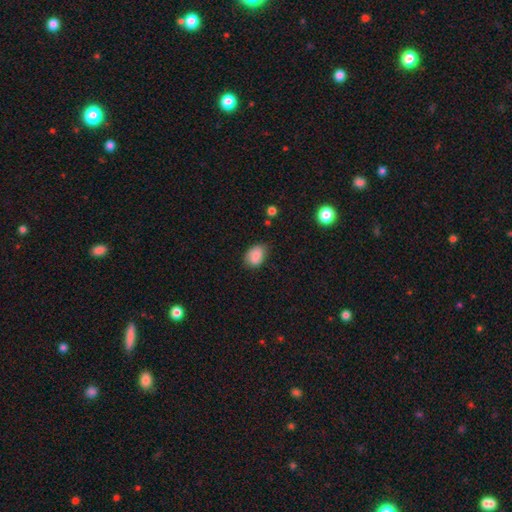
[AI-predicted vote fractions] smooth-or-featured: smooth: 85% | star or artifact: 8% | featured or disk: 7%
  how-rounded: in between: 81% | round: 18% | cigar-shaped: 1%
  merging: none: 72% | minor disturbance: 23% | major disturbance: 4% | merger: 2%